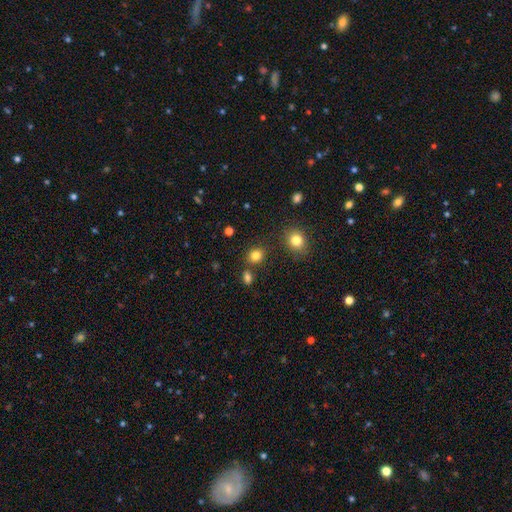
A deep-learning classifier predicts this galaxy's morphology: smooth_or_featured: smooth (p=0.83) [alt: star or artifact p=0.13]
how_rounded: round (p=0.70) [alt: in between p=0.29]
merging: none (p=0.79) [alt: minor disturbance p=0.09]